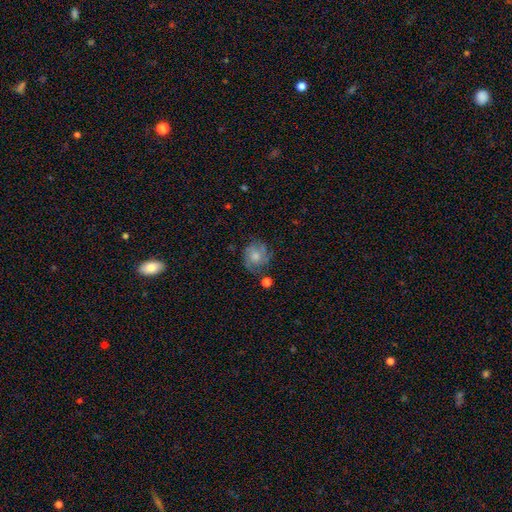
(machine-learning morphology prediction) featured or disk 51%, smooth 40%, star or artifact 9%. Down the decision tree: edge-on disk — no (97%); merging — none (62%).